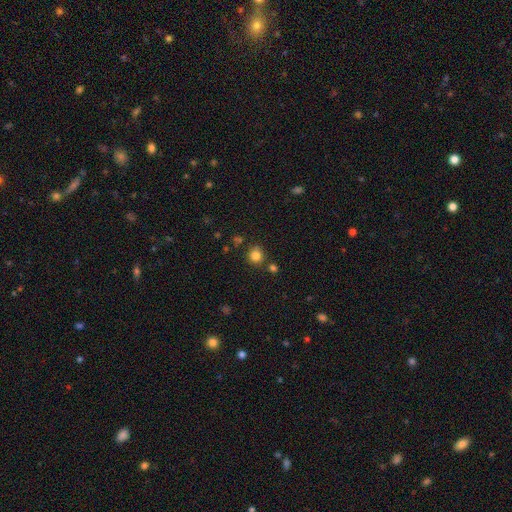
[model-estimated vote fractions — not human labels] This is clearly a smooth galaxy (81%). How rounded: clearly round (91%). Merging: likely none (78%).